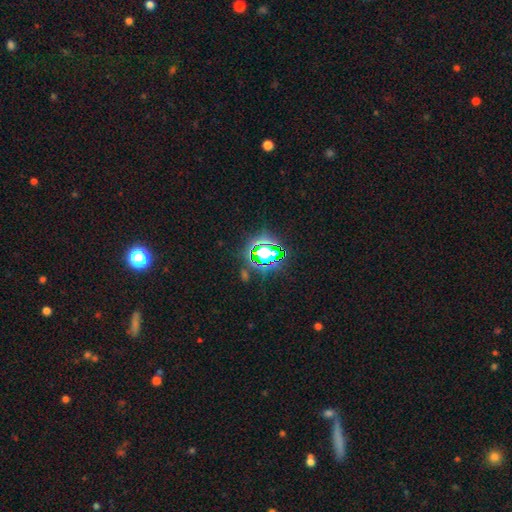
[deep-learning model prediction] Smooth or featured? star or artifact (76%)